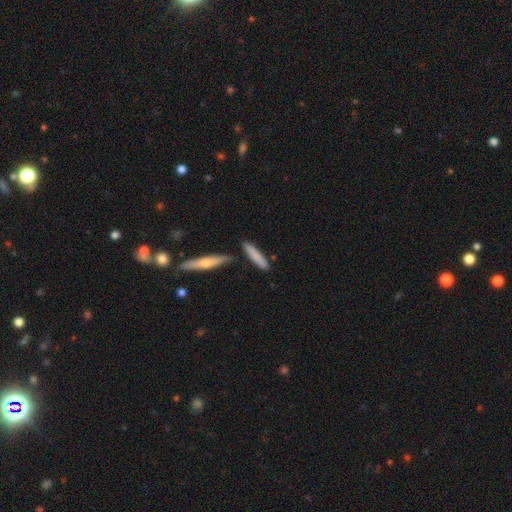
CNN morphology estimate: This is likely a smooth galaxy (78%). How rounded: clearly cigar-shaped (85%). Merging: likely none (79%).